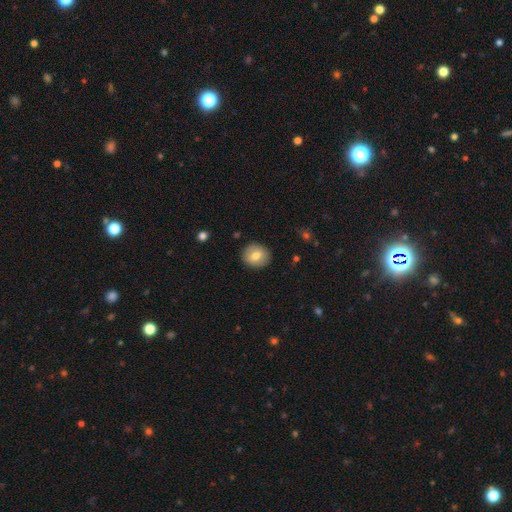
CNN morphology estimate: type=smooth (75%); roundness=round (84%); merging=none (90%).